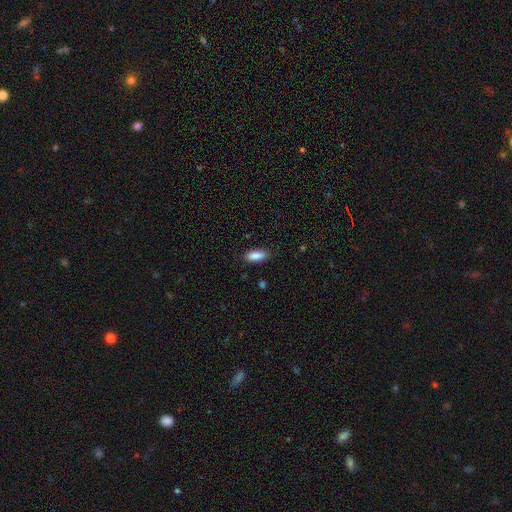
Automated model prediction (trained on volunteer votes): The model was most divided on "how rounded": in between: 83%, cigar-shaped: 15%, round: 2%. More confident: smooth or featured — smooth (88%); merging — none (85%).